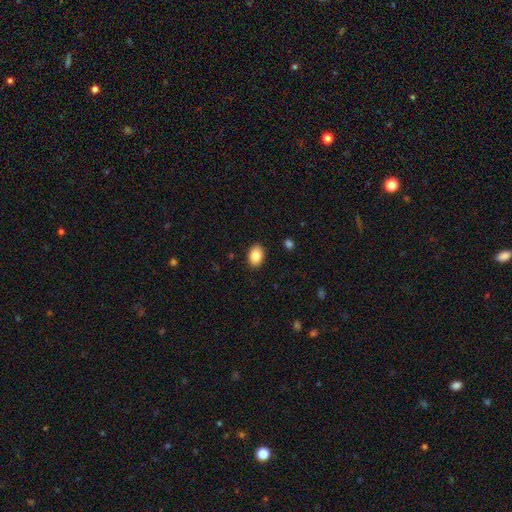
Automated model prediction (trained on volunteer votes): Overall: smooth (85%). How rounded: in between (85%). Merging: none (90%).